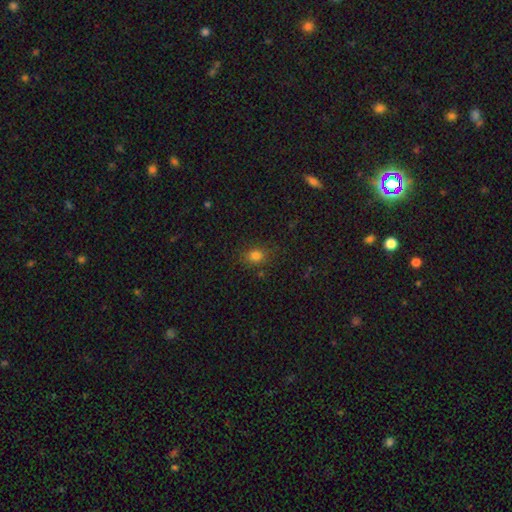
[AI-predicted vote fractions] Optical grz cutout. It shows a smooth galaxy with no disk features (79%) that is round (54%). Merging: none (82%).